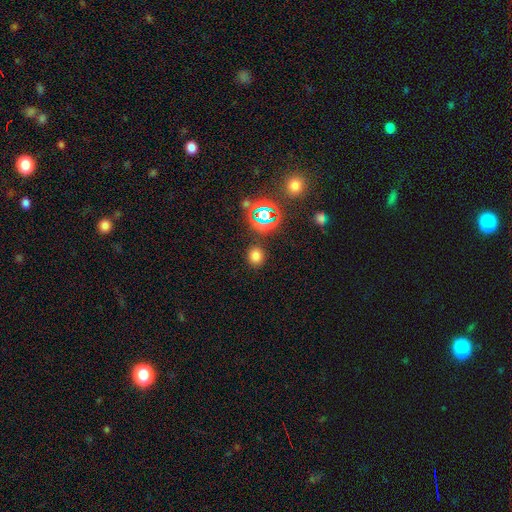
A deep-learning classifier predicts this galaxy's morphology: This appears to be a smooth galaxy with no disk features (70%) that is round (70%). Merging: none (86%).